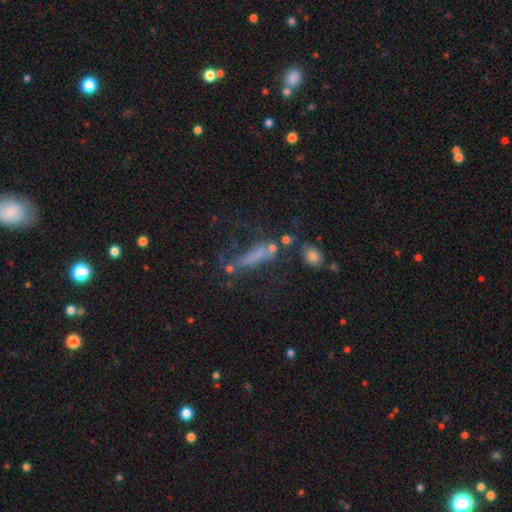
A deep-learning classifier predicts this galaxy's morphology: type=smooth (49%); merging=none (38%).